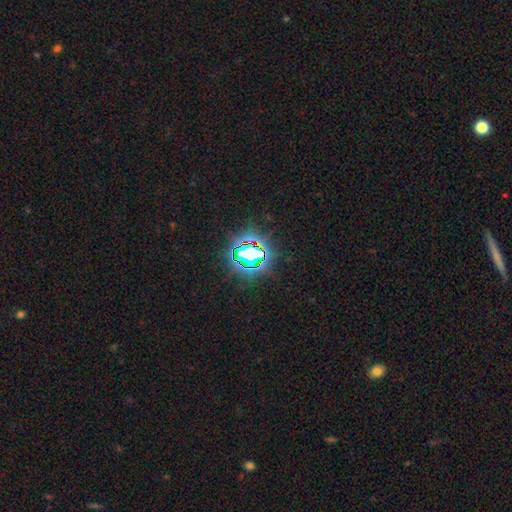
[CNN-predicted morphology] smooth_or_featured: star or artifact (p=0.80) [alt: smooth p=0.13]